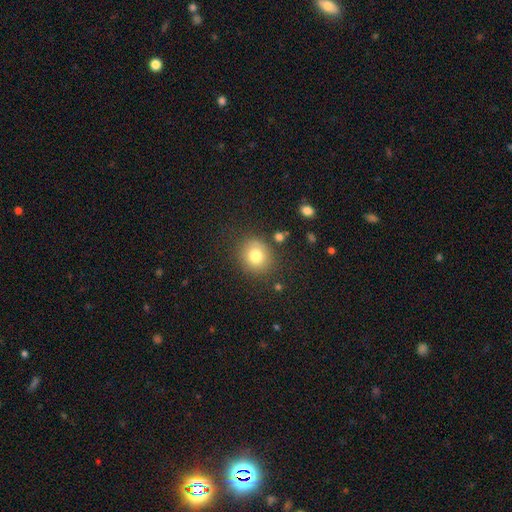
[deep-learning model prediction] A smooth galaxy with no disk features (78%) that is round (85%).

Vote fractions:
- Smooth or featured? smooth: 78% / star or artifact: 12% / featured or disk: 10%
- How rounded? round: 85% / in between: 14% / cigar-shaped: 1%
- Merging? none: 83% / minor disturbance: 10% / major disturbance: 4% / merger: 3%